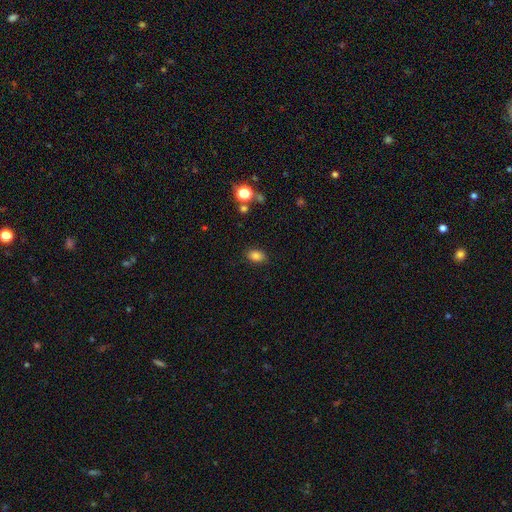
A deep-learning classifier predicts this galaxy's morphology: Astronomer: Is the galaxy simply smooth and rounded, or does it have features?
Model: smooth — 82%.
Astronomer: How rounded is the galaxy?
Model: in between — 82%.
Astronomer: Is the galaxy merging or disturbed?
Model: none — 86%.